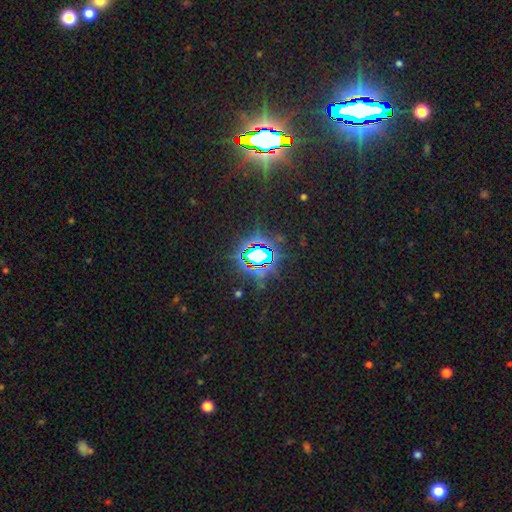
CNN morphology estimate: smooth_or_featured: star or artifact (p=0.79) [alt: smooth p=0.11]